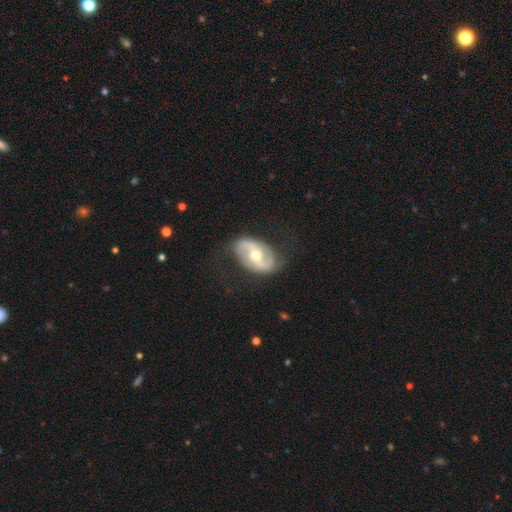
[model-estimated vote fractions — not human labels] Morphology: type=featured or disk (79%); edge-on=no (96%); bar=weak (37%); spiral arms=yes (86%); winding=loose (52%); arm count=2 (90%); bulge=moderate (72%); merging=none (76%).